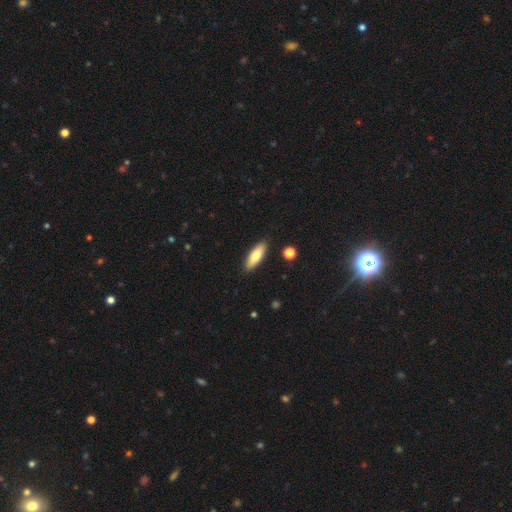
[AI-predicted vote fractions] A smooth galaxy with no disk features (76%) that is in between round and cigar-shaped (59%).

Vote fractions:
- Smooth or featured? smooth: 76% / featured or disk: 18% / star or artifact: 6%
- How rounded? in between: 59% / cigar-shaped: 39% / round: 2%
- Merging? none: 89% / minor disturbance: 8% / major disturbance: 2% / merger: 2%